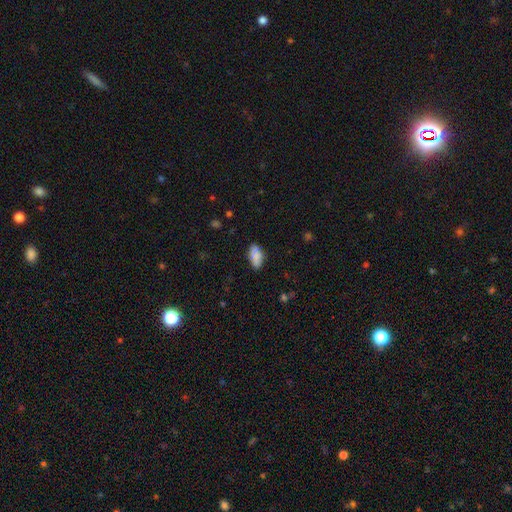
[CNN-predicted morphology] type=smooth (81%); roundness=in between (91%); merging=none (75%).